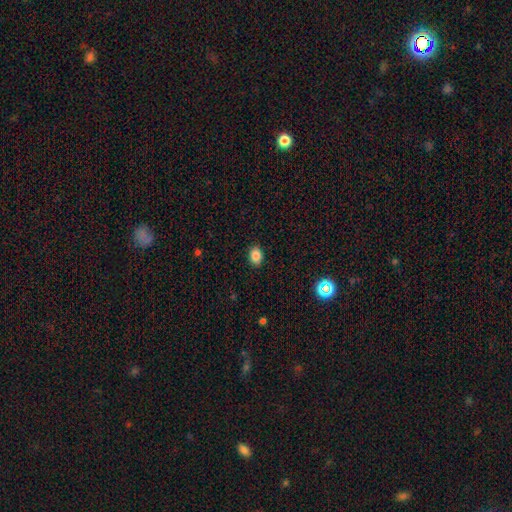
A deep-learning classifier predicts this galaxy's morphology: Smooth or featured?
  - smooth: 84% *
  - star or artifact: 10%
  - featured or disk: 5%
How rounded?
  - in between: 63% *
  - round: 36%
  - cigar-shaped: 1%
Merging?
  - none: 89% *
  - minor disturbance: 8%
  - major disturbance: 2%
  - merger: 1%